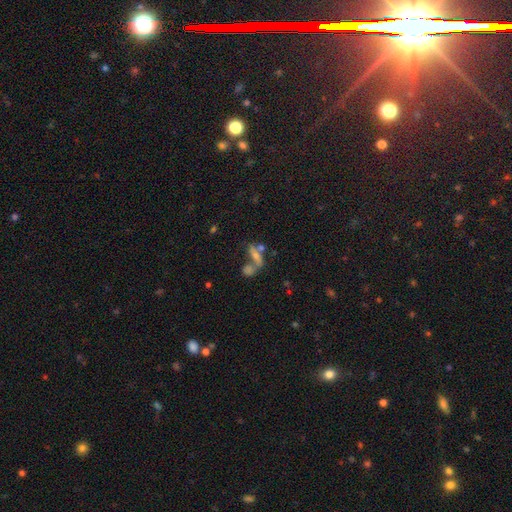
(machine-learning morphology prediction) Smooth or featured: smooth — 41% (featured or disk — 38%)
Merging: merger — 46% (none — 31%)